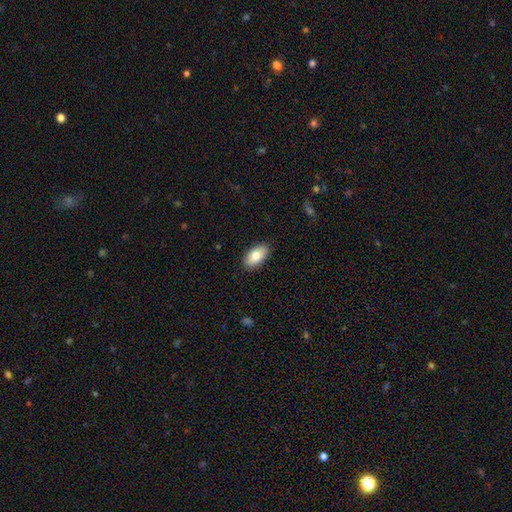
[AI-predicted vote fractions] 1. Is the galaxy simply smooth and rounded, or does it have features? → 82% smooth, 12% featured or disk, 7% star or artifact.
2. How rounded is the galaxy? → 94% in between, 4% round, 2% cigar-shaped.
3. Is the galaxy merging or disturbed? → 89% none, 8% minor disturbance, 2% major disturbance, 1% merger.